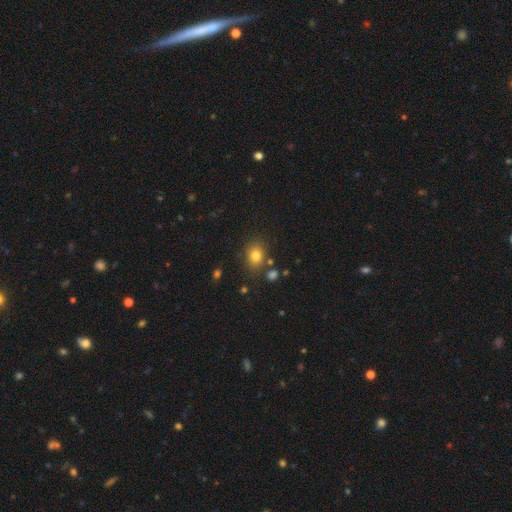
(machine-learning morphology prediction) smooth_or_featured: smooth (p=0.80) [alt: star or artifact p=0.12]
how_rounded: in between (p=0.54) [alt: round p=0.45]
merging: none (p=0.79) [alt: minor disturbance p=0.12]